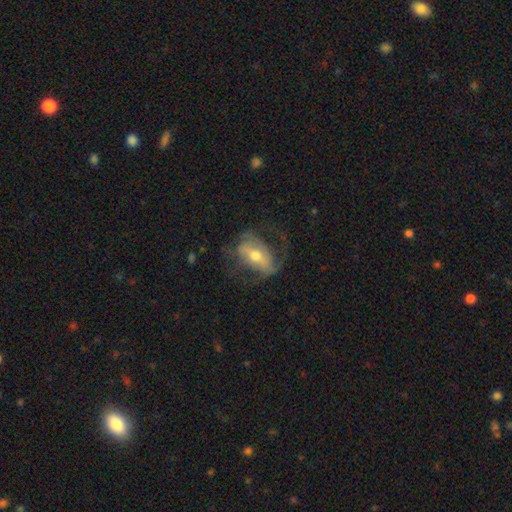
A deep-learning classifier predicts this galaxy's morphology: This is likely a featured or disk galaxy (72%). It is clearly not viewed edge-on (92%). Bar: marginally strong (41%). Spiral arm pattern: likely yes (78%). Spiral arm count: likely 2 (66%). Spiral winding: marginally loose (43%). Central bulge: likely moderate (67%). Merging: possibly none (51%).